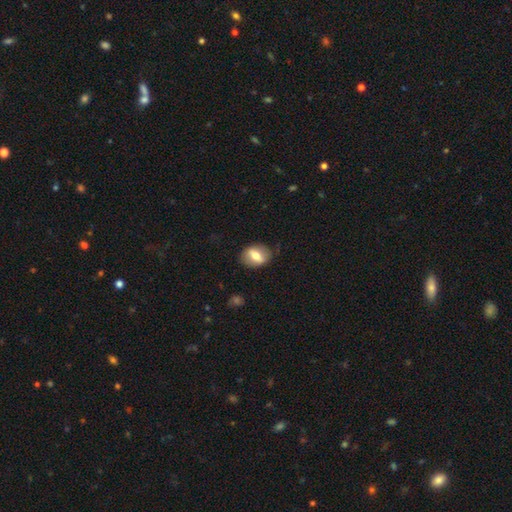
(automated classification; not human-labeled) smooth-or-featured: smooth: 59% | featured or disk: 34% | star or artifact: 7%
  how-rounded: in between: 70% | round: 28% | cigar-shaped: 2%
  merging: none: 80% | minor disturbance: 14% | major disturbance: 4% | merger: 1%